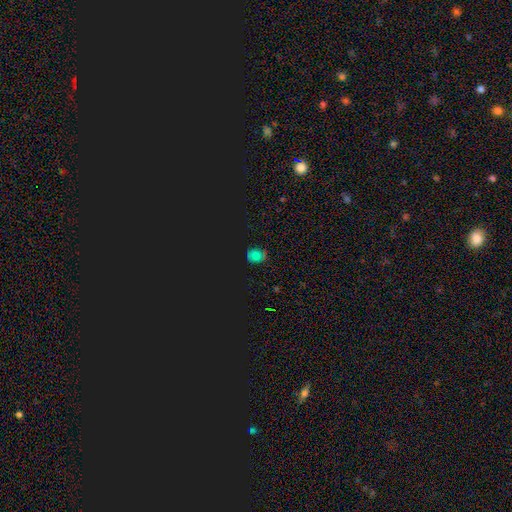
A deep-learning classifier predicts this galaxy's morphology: smooth_or_featured: star or artifact (p=0.43) [alt: smooth p=0.41]